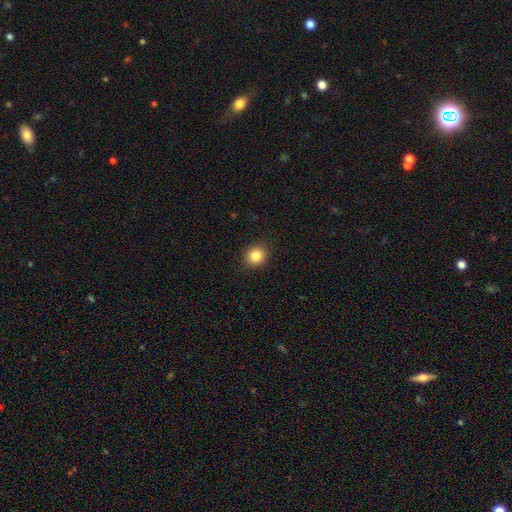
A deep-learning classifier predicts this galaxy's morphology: This is clearly a smooth galaxy (85%). How rounded: clearly round (83%). Merging: clearly none (90%).